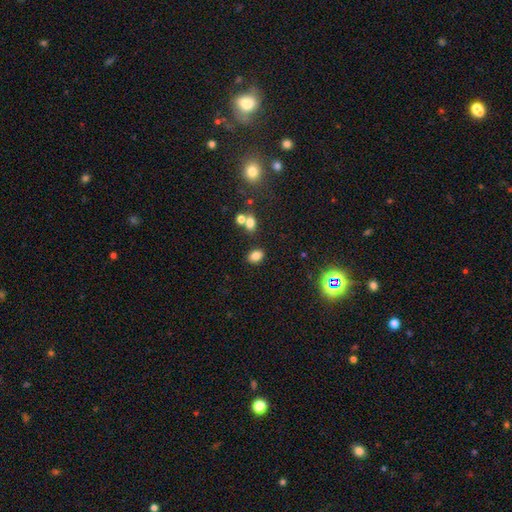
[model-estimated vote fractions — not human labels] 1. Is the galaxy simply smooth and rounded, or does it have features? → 79% smooth, 13% star or artifact, 7% featured or disk.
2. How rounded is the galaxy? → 74% in between, 25% round, 1% cigar-shaped.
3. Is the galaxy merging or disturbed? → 80% none, 10% minor disturbance, 7% merger, 3% major disturbance.